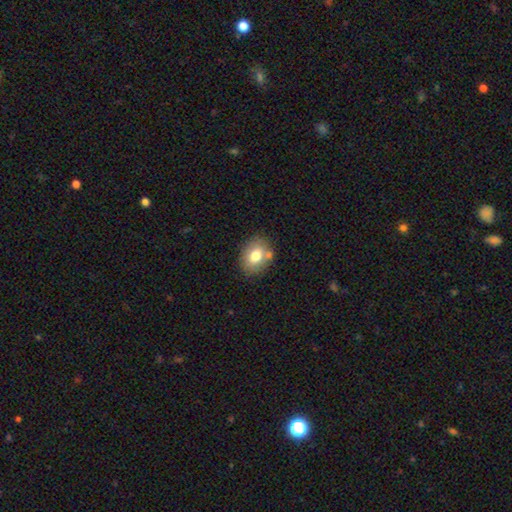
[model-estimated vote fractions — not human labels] Smooth or featured? Predicted: smooth (p=0.75). How rounded? Predicted: in between (p=0.63). Merging? Predicted: none (p=0.72).